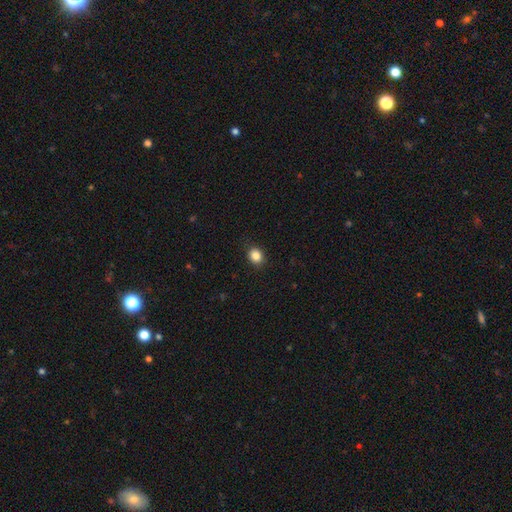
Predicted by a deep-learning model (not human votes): Overall: smooth (87%). How rounded: in between (50%; round 49%). Merging: none (87%).